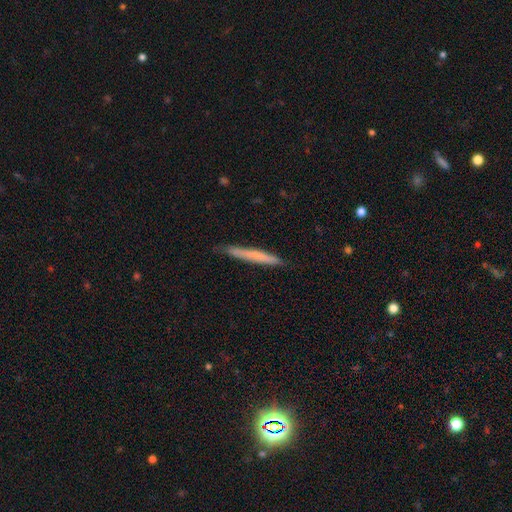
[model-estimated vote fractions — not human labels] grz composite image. It shows a smooth galaxy with no disk features (62%) that is cigar-shaped (97%). Merging: none (85%).